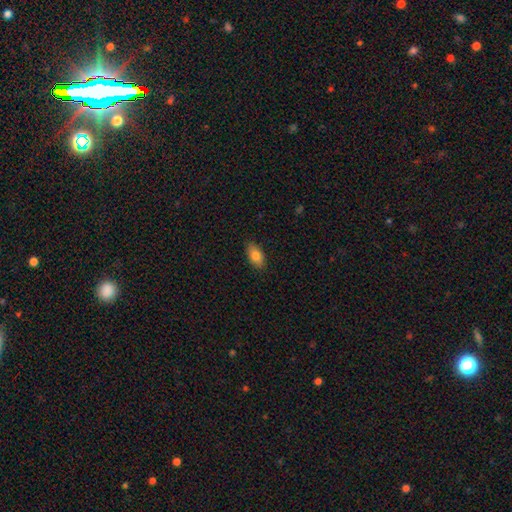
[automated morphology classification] Smooth or featured? Predicted: smooth (p=0.81). How rounded? Predicted: in between (p=0.91). Merging? Predicted: none (p=0.88).